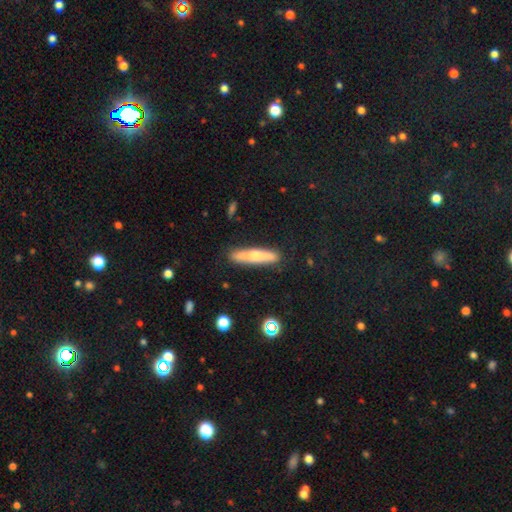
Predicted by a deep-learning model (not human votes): Smooth or featured: smooth — 61% (featured or disk — 33%)
How rounded: cigar-shaped — 89% (in between — 9%)
Merging: none — 85% (minor disturbance — 11%)